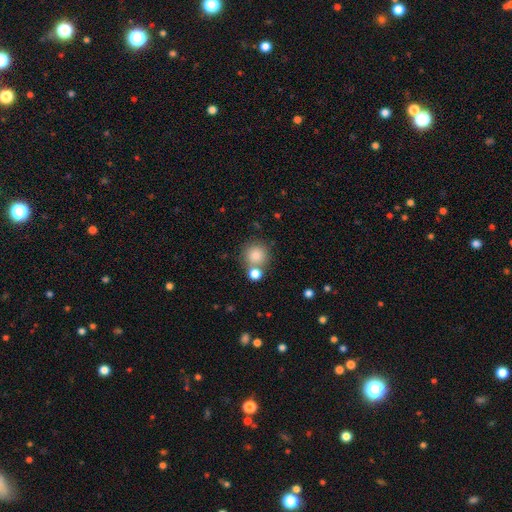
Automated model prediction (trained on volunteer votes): This is clearly a smooth galaxy (83%). How rounded: clearly round (91%). Merging: likely none (65%).